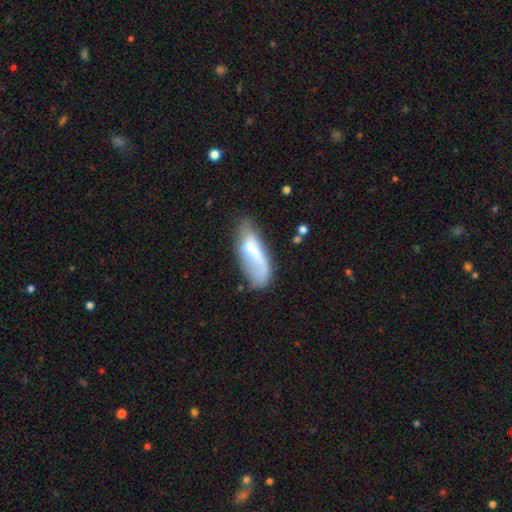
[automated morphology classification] Smooth or featured?
  - smooth: 58% *
  - featured or disk: 35%
  - star or artifact: 8%
How rounded?
  - in between: 70% *
  - cigar-shaped: 28%
  - round: 2%
Merging?
  - none: 43% *
  - minor disturbance: 28%
  - major disturbance: 20%
  - merger: 8%